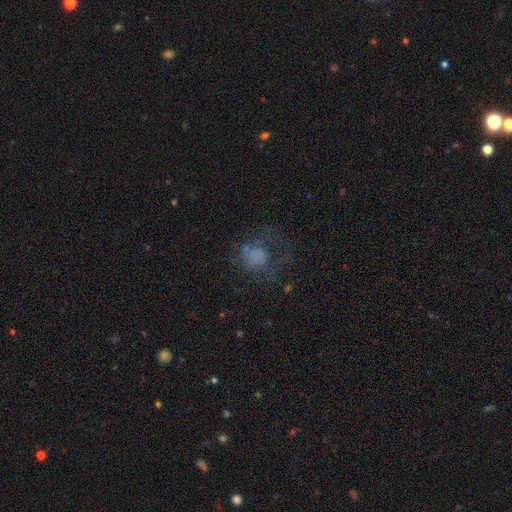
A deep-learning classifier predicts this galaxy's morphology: This appears to be a smooth galaxy with no disk features (49%). Merging: major disturbance (42%).